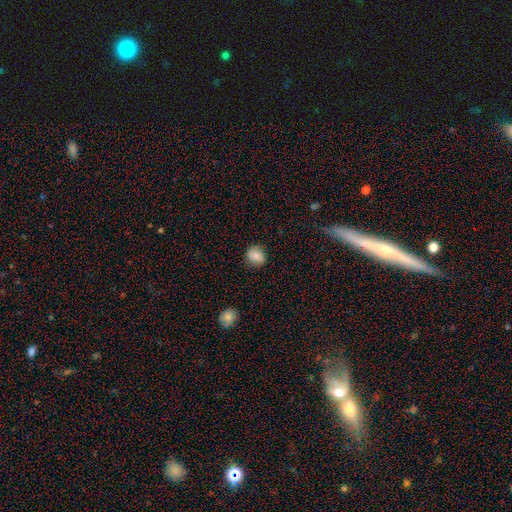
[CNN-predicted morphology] Smooth or featured? smooth (83%)
How rounded? round (77%)
Merging? none (86%)